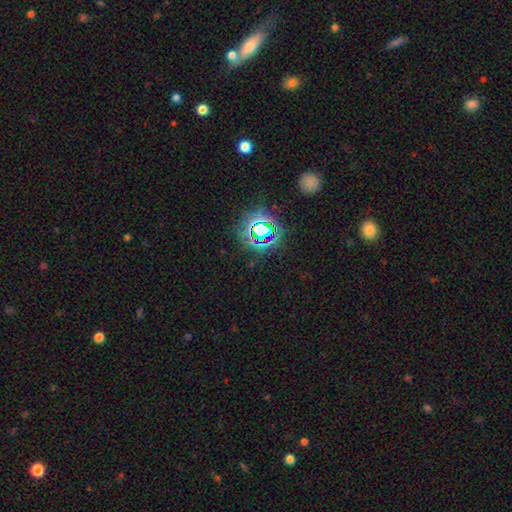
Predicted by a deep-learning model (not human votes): The model was most divided on "smooth or featured": star or artifact: 74%, smooth: 17%, featured or disk: 9%.